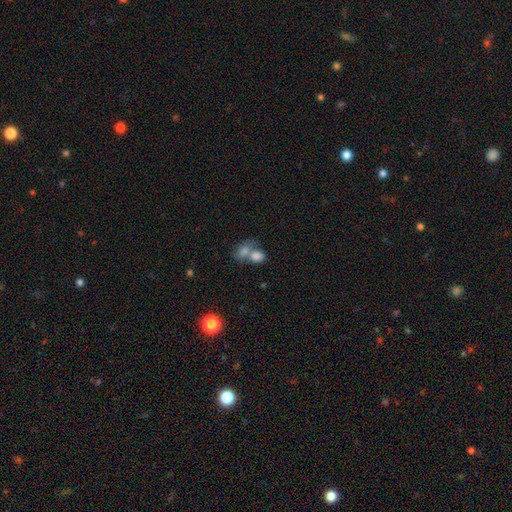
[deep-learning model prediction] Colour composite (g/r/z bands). It shows a smooth galaxy with no disk features (78%) that is in between round and cigar-shaped (69%). Merging: merger (66%).